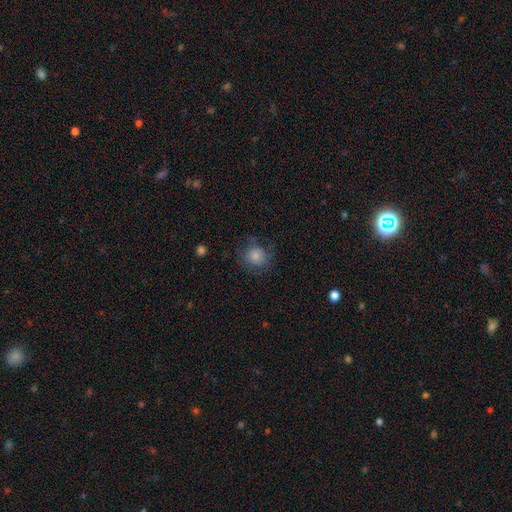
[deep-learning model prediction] Smooth or featured? Predicted: smooth (p=0.80). How rounded? Predicted: round (p=0.83). Merging? Predicted: none (p=0.70).